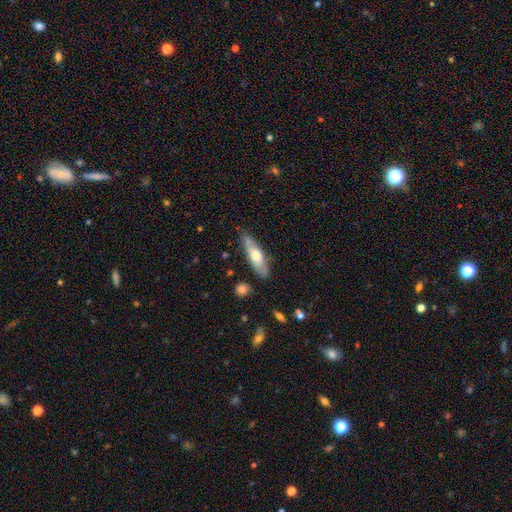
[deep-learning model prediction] Smooth or featured? smooth (55%)
How rounded? cigar-shaped (53%)
Merging? none (79%)